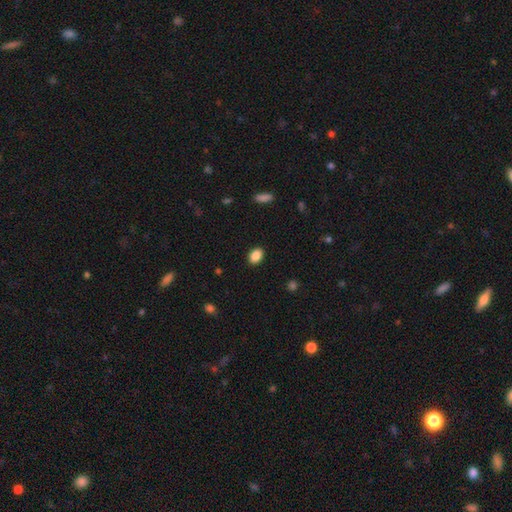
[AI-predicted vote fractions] smooth-or-featured: smooth: 88% | star or artifact: 8% | featured or disk: 4%
  how-rounded: in between: 84% | round: 15% | cigar-shaped: 1%
  merging: none: 89% | minor disturbance: 8% | major disturbance: 2% | merger: 1%